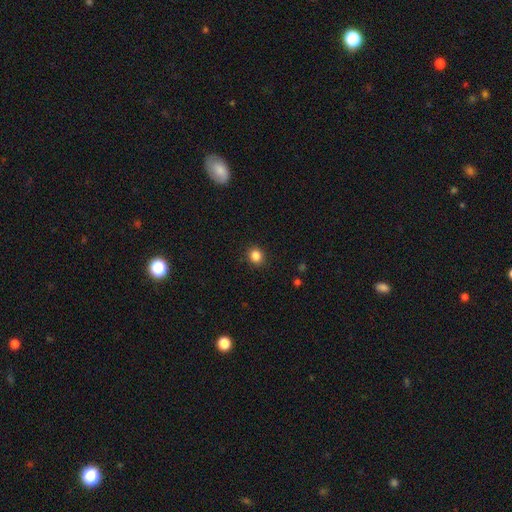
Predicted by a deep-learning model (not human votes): smooth-or-featured: smooth: 85% | star or artifact: 11% | featured or disk: 4%
  how-rounded: round: 78% | in between: 21% | cigar-shaped: 1%
  merging: none: 90% | minor disturbance: 7% | major disturbance: 2% | merger: 1%